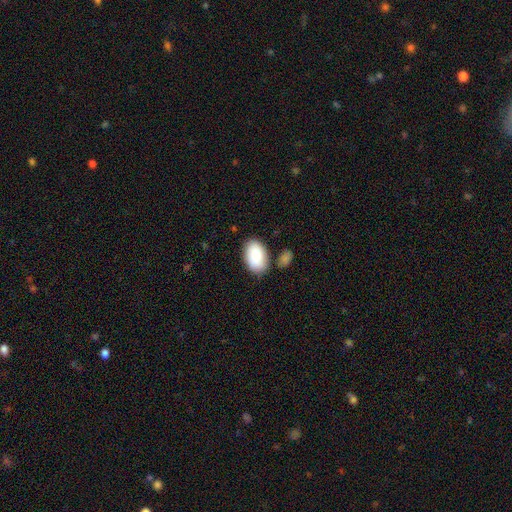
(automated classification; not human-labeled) smooth 88%, featured or disk 6%, star or artifact 6%. Down the decision tree: how rounded — in between (93%); merging — none (72%).